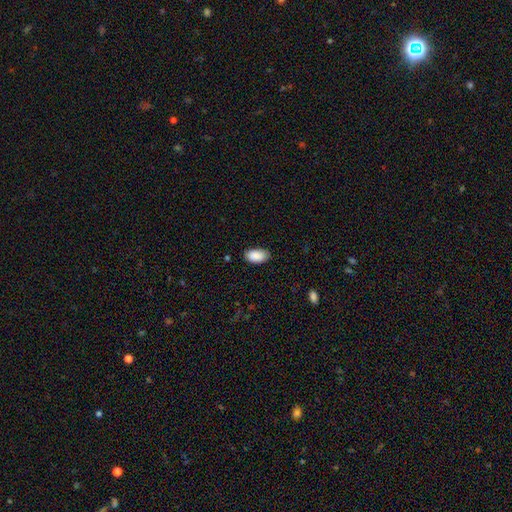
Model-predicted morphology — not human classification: A smooth galaxy with no disk features (90%) that is in between round and cigar-shaped (95%). Merging: none (83%).